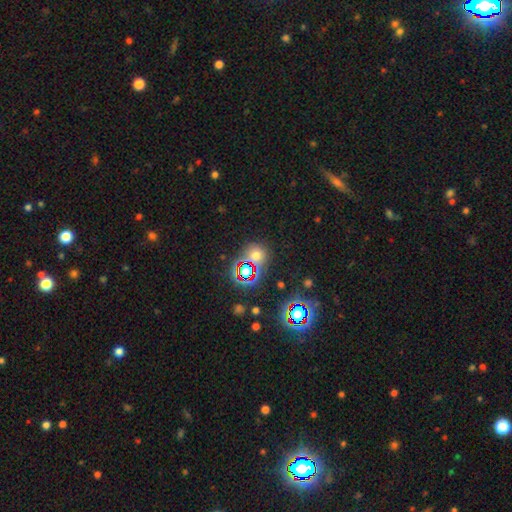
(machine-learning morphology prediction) A smooth galaxy with no disk features (55%) that is round (84%).

Vote fractions:
- Smooth or featured? smooth: 55% / star or artifact: 36% / featured or disk: 9%
- How rounded? round: 84% / in between: 14% / cigar-shaped: 1%
- Merging? none: 74% / minor disturbance: 12% / merger: 8% / major disturbance: 6%